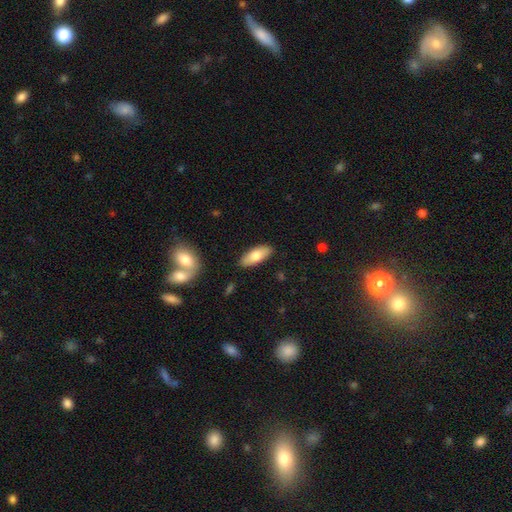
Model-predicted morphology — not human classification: A smooth galaxy with no disk features (73%) that is in between round and cigar-shaped (79%). Merging: none (87%).